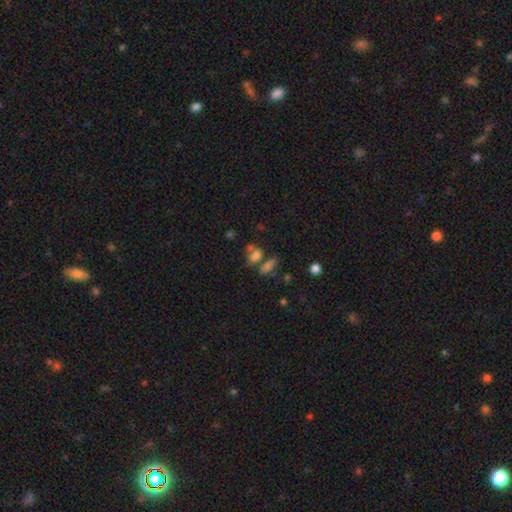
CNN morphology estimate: type=smooth (74%); roundness=in between (74%); merging=none (46%).